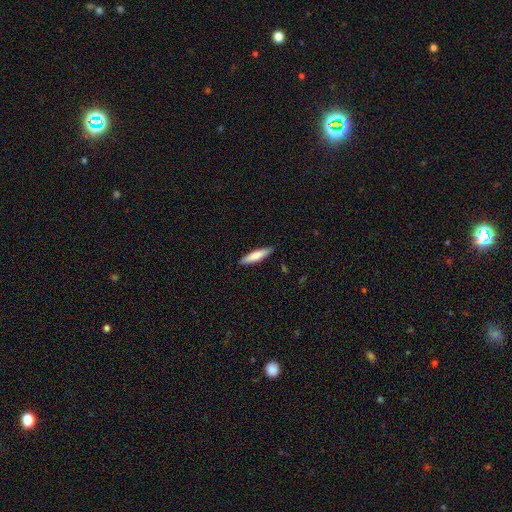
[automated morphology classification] Overall: smooth (77%). How rounded: cigar-shaped (80%). Merging: none (88%).